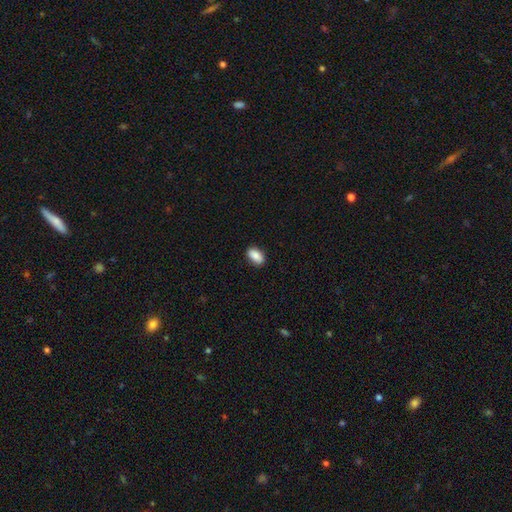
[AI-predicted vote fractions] This appears to be a smooth galaxy with no disk features (86%) that is in between round and cigar-shaped (91%). Merging: none (88%).